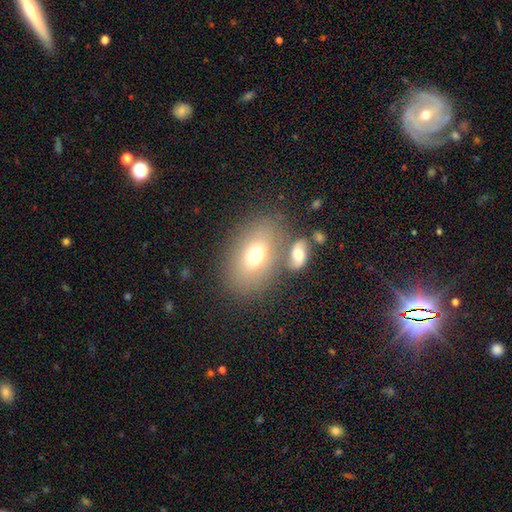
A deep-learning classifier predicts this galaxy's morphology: Smooth or featured? smooth (69%)
How rounded? in between (83%)
Merging? none (65%)